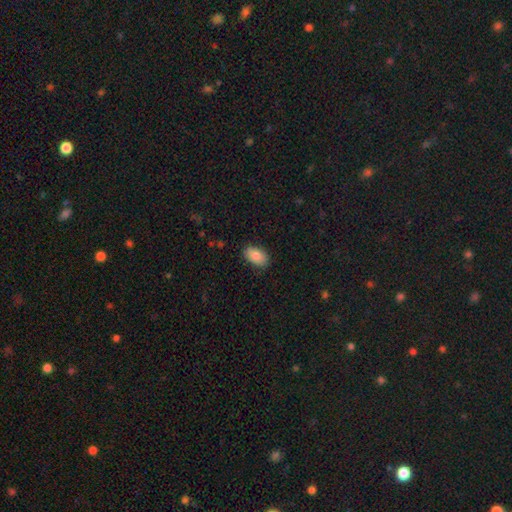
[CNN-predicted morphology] This appears to be a smooth galaxy with no disk features (84%) that is in between round and cigar-shaped (92%). Merging: none (86%).